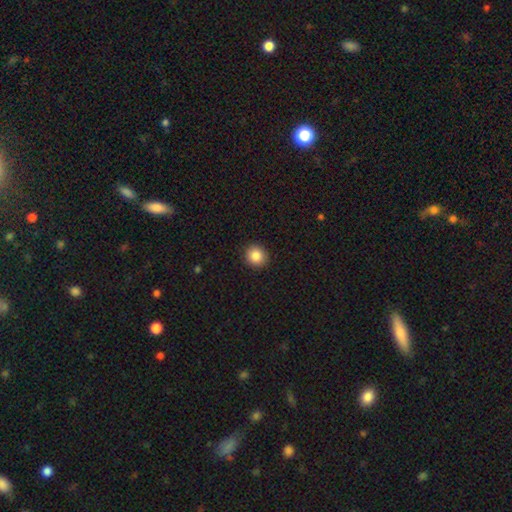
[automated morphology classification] This is clearly a smooth galaxy (87%). How rounded: clearly round (87%). Merging: clearly none (91%).